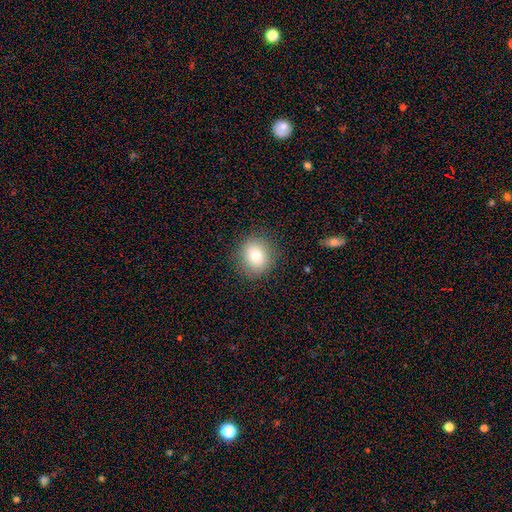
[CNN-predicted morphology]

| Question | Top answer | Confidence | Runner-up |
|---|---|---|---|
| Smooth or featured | smooth | 77% | featured or disk (12%) |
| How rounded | round | 84% | in between (15%) |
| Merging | none | 88% | minor disturbance (8%) |